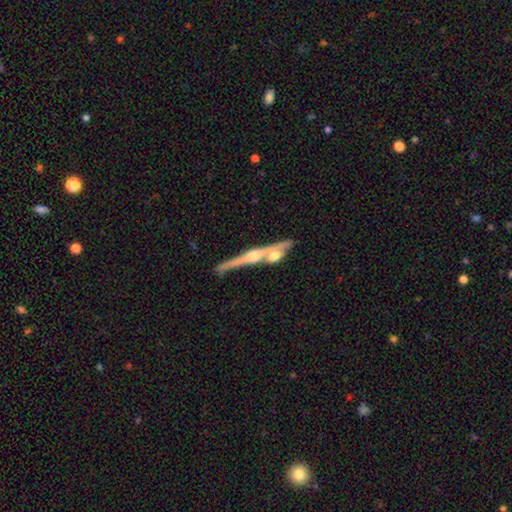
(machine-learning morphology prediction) A featured or disk galaxy (78%) viewed edge-on (95%) with a rounded central bulge (82%).

Vote fractions:
- Smooth or featured? featured or disk: 78% / smooth: 16% / star or artifact: 7%
- Edge-on disk? yes: 95% / no: 5%
- Edge-on bulge? rounded: 82% / none: 10% / boxy: 9%
- Merging? none: 60% / merger: 24% / minor disturbance: 11% / major disturbance: 5%